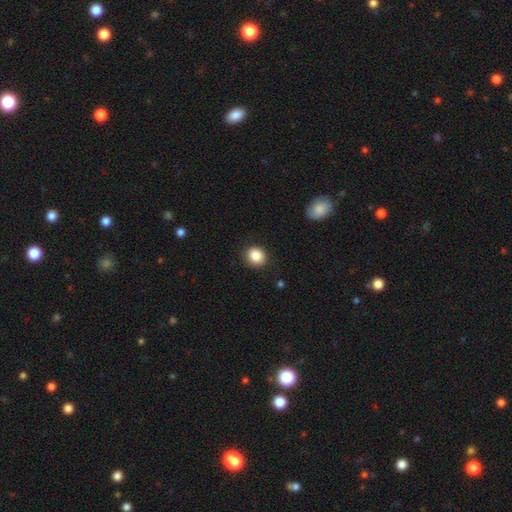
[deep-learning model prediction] Smooth or featured? Predicted: smooth (p=0.86). How rounded? Predicted: round (p=0.80). Merging? Predicted: none (p=0.88).